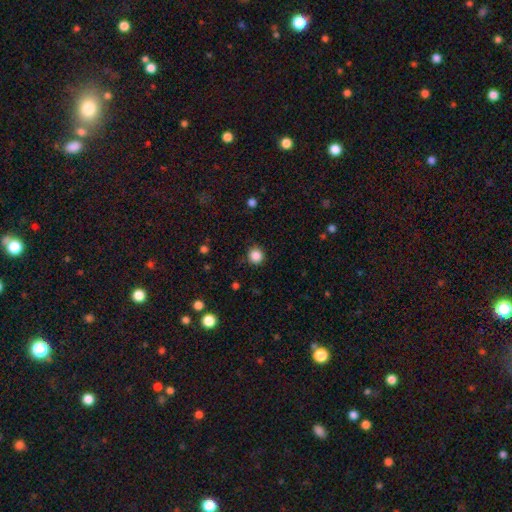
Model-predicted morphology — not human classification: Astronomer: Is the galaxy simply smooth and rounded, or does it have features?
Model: smooth — 86%.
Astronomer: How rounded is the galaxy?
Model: round — 93%.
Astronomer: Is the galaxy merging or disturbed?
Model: none — 87%.